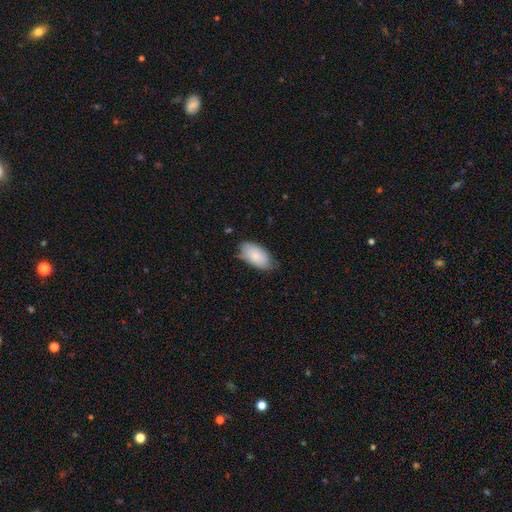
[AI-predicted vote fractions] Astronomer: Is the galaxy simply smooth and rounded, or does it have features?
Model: smooth — 85%.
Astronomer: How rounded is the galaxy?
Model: in between — 95%.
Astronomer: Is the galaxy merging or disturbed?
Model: none — 68%.